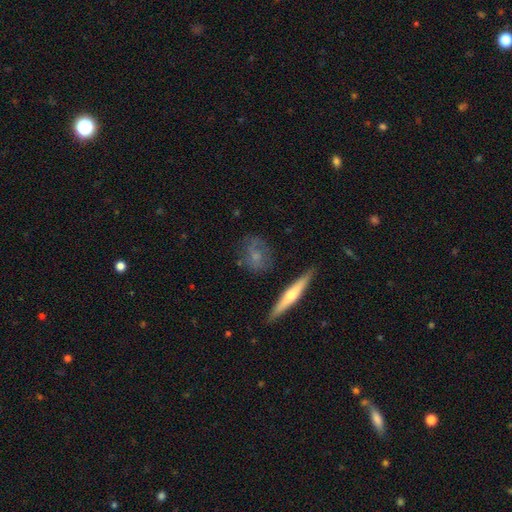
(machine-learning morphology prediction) Smooth or featured? Predicted: smooth (p=0.46). Merging? Predicted: none (p=0.69).